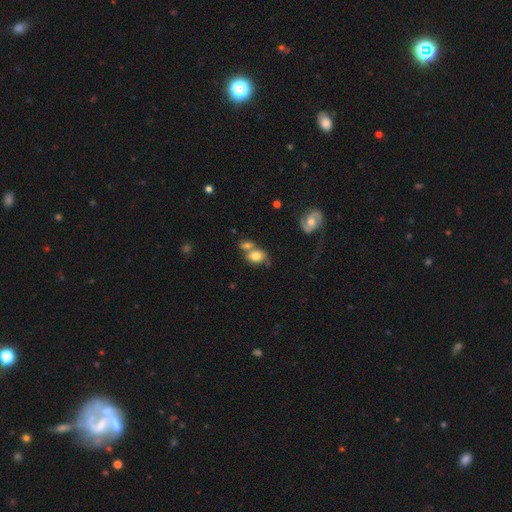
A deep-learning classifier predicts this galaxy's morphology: smooth 75%, featured or disk 16%, star or artifact 9%. Down the decision tree: how rounded — in between (62%); merging — merger (41%).